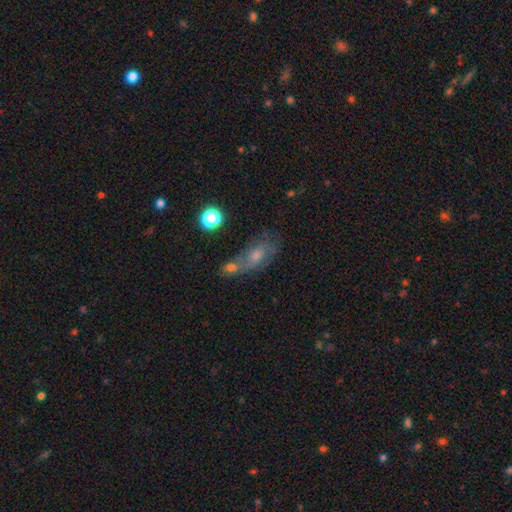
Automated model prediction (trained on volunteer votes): Q: Smooth or featured?
A: smooth (49%); runner-up: featured or disk (36%)
Q: Merging?
A: none (40%); runner-up: merger (30%)